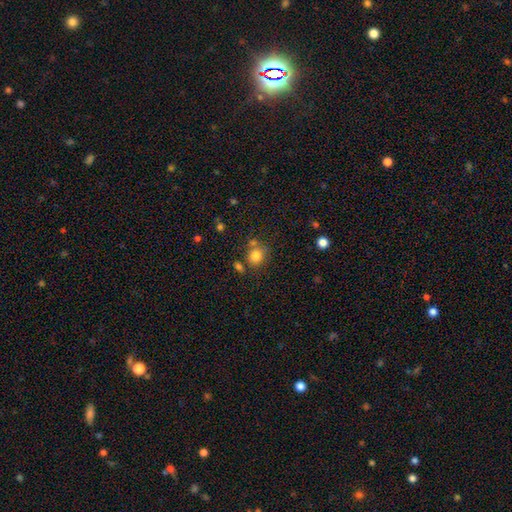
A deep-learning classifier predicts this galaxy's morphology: This appears to be a smooth galaxy with no disk features (81%) that is round (79%). Merging: none (65%).